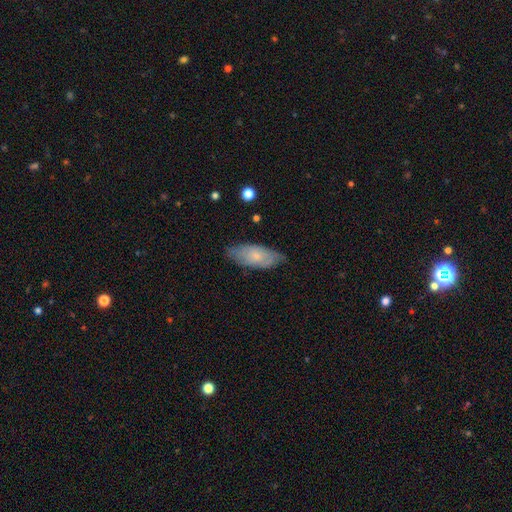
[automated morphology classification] This is possibly a smooth galaxy (58%). How rounded: clearly in between (84%). Merging: likely none (74%).